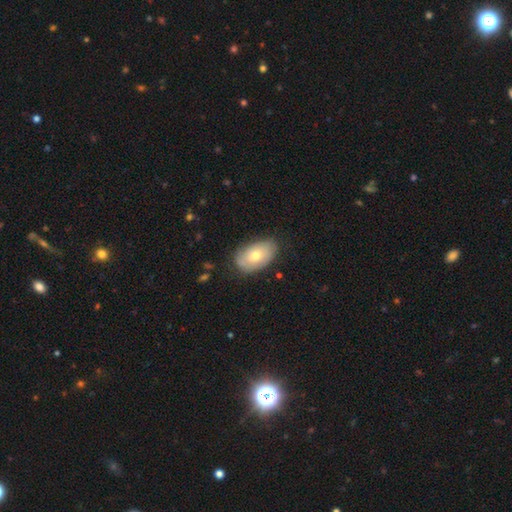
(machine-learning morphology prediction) Smooth or featured?
  - smooth: 63% *
  - featured or disk: 31%
  - star or artifact: 6%
How rounded?
  - in between: 91% *
  - round: 7%
  - cigar-shaped: 1%
Merging?
  - none: 74% *
  - minor disturbance: 21%
  - major disturbance: 4%
  - merger: 1%